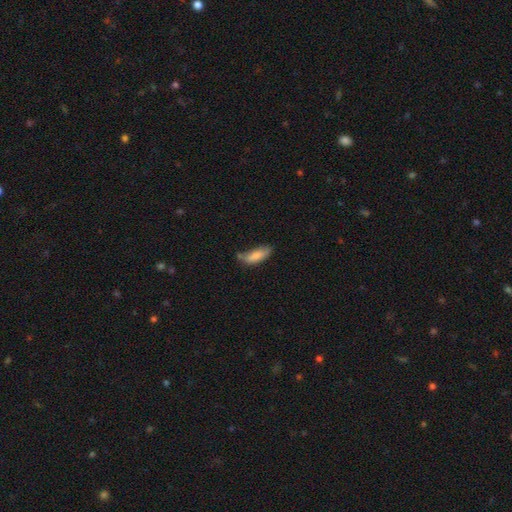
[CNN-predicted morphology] Q: Smooth or featured?
A: smooth (82%); runner-up: featured or disk (11%)
Q: How rounded?
A: in between (65%); runner-up: cigar-shaped (33%)
Q: Merging?
A: none (51%); runner-up: minor disturbance (33%)